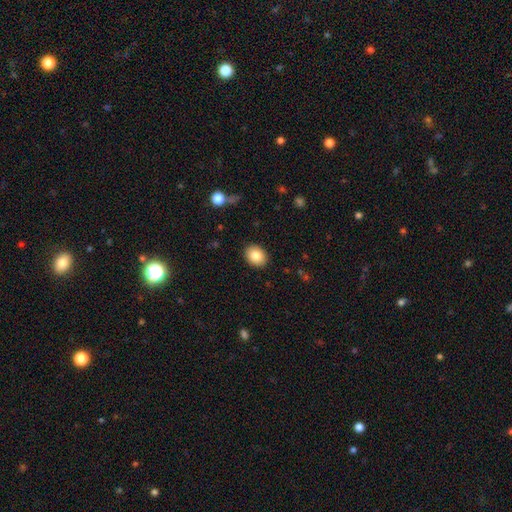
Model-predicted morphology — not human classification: Smooth or featured? Predicted: smooth (p=0.84). How rounded? Predicted: in between (p=0.53). Merging? Predicted: none (p=0.90).